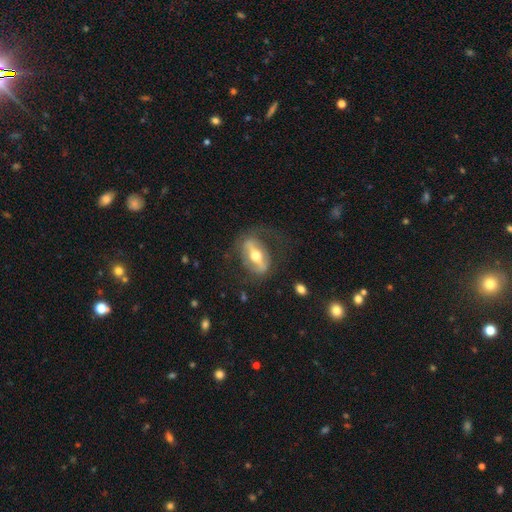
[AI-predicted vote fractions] The model was most divided on "spiral arms": yes: 54%, no: 46%. More confident: edge-on disk — no (77%); smooth or featured — featured or disk (73%); bulge size — moderate (72%); bar — strong (68%); merging — none (61%).